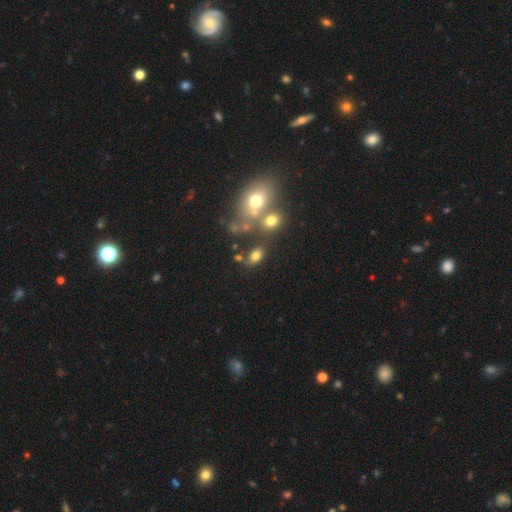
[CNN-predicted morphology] A smooth galaxy with no disk features (73%) that is in between round and cigar-shaped (79%). Merging: none (61%).